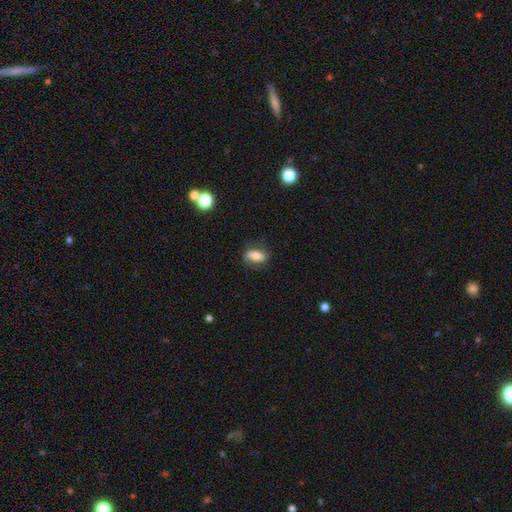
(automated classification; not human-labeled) Overall: smooth (62%; featured or disk 29%). How rounded: in between (82%). Merging: none (68%).